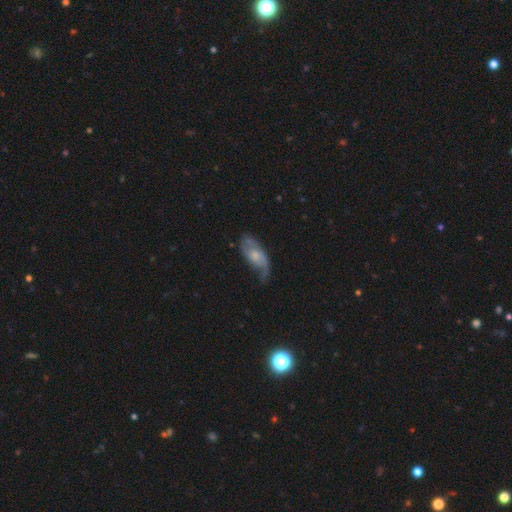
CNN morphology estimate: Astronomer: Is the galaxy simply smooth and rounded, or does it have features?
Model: featured or disk — 68%.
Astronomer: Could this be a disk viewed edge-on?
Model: no — 92%.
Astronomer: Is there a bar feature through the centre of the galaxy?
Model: no — 68%.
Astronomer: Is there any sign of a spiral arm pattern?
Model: yes — 88%.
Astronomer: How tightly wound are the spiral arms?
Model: loose — 44% (runner-up: medium, 39%).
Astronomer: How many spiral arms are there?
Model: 2 — 73%.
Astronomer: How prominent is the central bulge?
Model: moderate — 44% (runner-up: small, 42%).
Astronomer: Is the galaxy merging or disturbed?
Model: none — 54%.